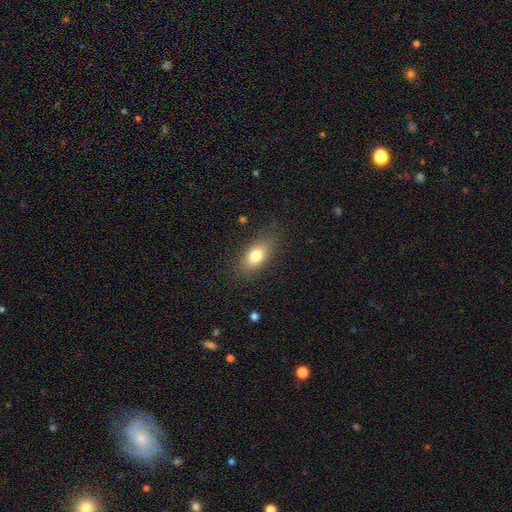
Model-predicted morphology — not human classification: Smooth or featured?
  - smooth: 77% *
  - featured or disk: 14%
  - star or artifact: 9%
How rounded?
  - in between: 83% *
  - round: 9%
  - cigar-shaped: 8%
Merging?
  - none: 79% *
  - minor disturbance: 15%
  - major disturbance: 5%
  - merger: 1%